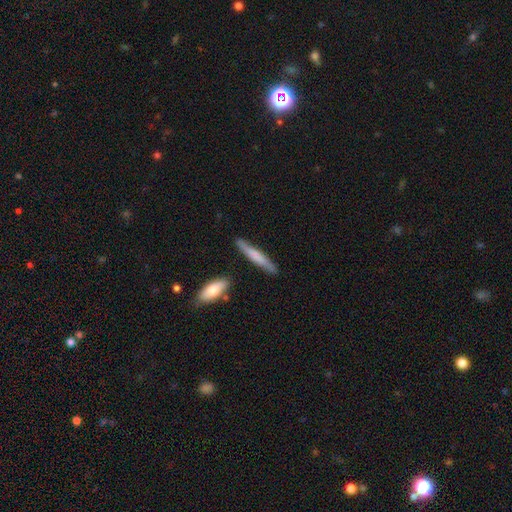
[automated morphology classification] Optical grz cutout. It shows a smooth galaxy with no disk features (61%) that is cigar-shaped (92%). Merging: none (83%).